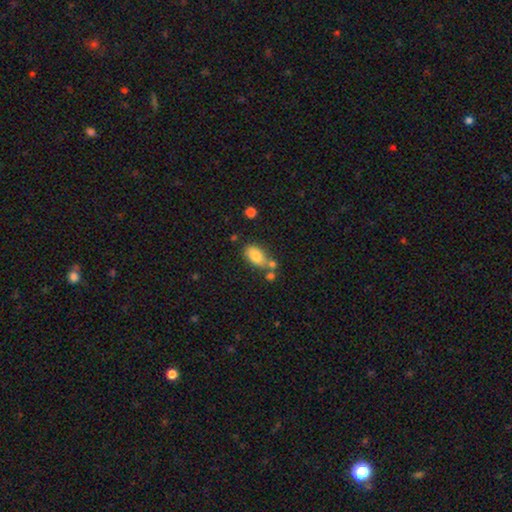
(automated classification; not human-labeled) smooth_or_featured: smooth (p=0.79) [alt: featured or disk p=0.13]
how_rounded: in between (p=0.89) [alt: round p=0.07]
merging: none (p=0.55) [alt: merger p=0.23]